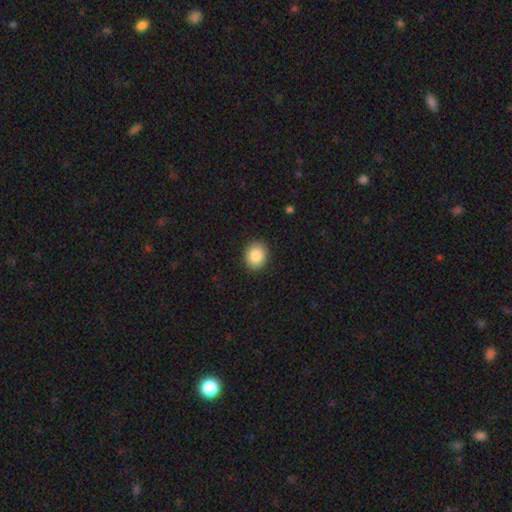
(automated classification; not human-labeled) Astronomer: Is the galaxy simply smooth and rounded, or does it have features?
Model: smooth — 87%.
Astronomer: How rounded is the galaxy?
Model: round — 64%.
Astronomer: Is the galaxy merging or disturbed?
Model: none — 90%.